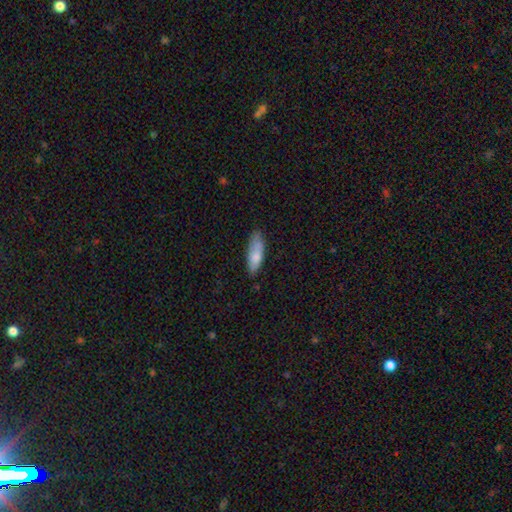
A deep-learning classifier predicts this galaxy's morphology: A smooth galaxy with no disk features (78%) that is in between round and cigar-shaped (59%).

Vote fractions:
- Smooth or featured? smooth: 78% / featured or disk: 16% / star or artifact: 6%
- How rounded? in between: 59% / cigar-shaped: 39% / round: 2%
- Merging? none: 67% / minor disturbance: 26% / major disturbance: 5% / merger: 2%